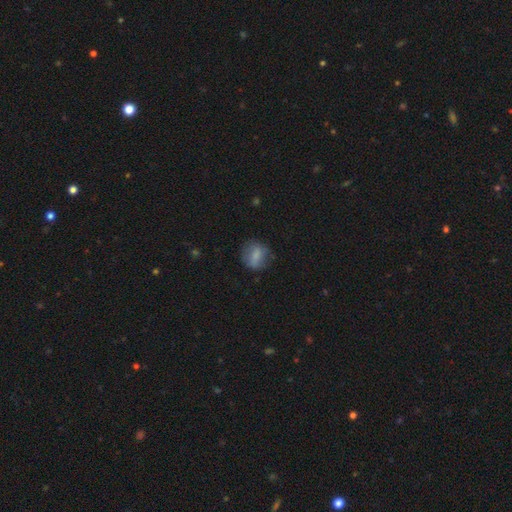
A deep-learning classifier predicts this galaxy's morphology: smooth-or-featured: smooth: 74% | featured or disk: 18% | star or artifact: 9%
  how-rounded: round: 56% | in between: 41% | cigar-shaped: 2%
  merging: none: 68% | minor disturbance: 22% | major disturbance: 9% | merger: 1%